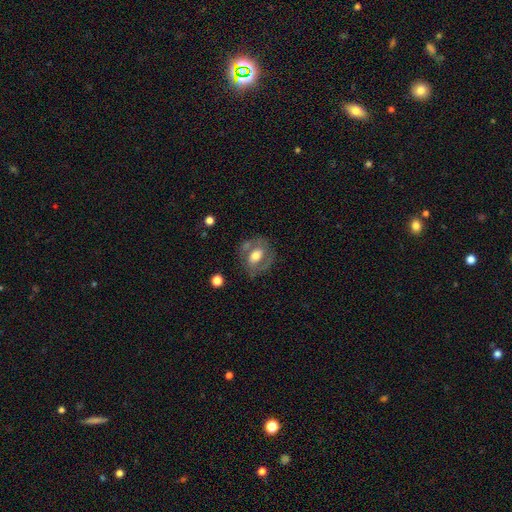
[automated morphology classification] Smooth or featured?
  - featured or disk: 53% *
  - smooth: 39%
  - star or artifact: 7%
Edge-on disk?
  - no: 94% *
  - yes: 6%
Bar?
  - no: 53% *
  - weak: 32%
  - strong: 15%
Spiral arms?
  - no: 51% *
  - yes: 49%
Bulge size?
  - moderate: 61% *
  - large: 25%
  - small: 11%
  - dominant: 2%
  - none: 2%
Merging?
  - none: 62% *
  - minor disturbance: 20%
  - major disturbance: 11%
  - merger: 7%